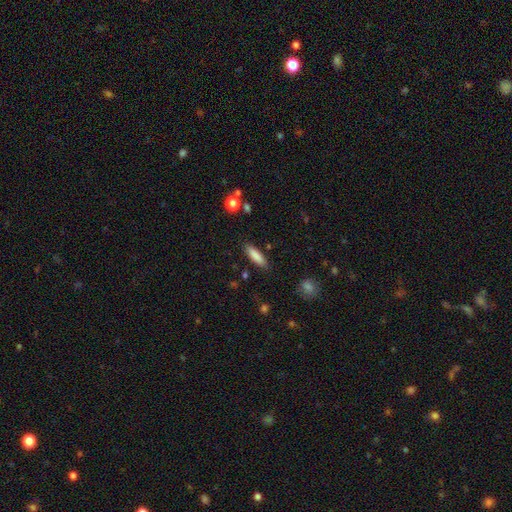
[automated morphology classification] The model was most divided on "how rounded": cigar-shaped: 62%, in between: 37%, round: 2%. More confident: merging — none (87%); smooth or featured — smooth (85%).